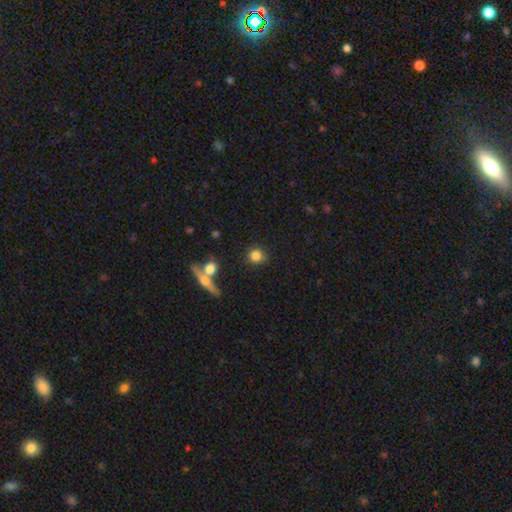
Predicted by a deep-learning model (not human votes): Overall: smooth (82%). How rounded: round (86%). Merging: none (81%).